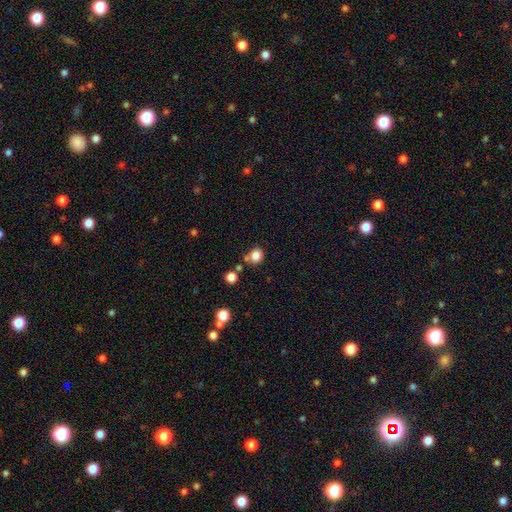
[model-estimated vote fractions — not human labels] smooth-or-featured: smooth: 83% | star or artifact: 12% | featured or disk: 5%
  how-rounded: round: 77% | in between: 22% | cigar-shaped: 1%
  merging: none: 68% | minor disturbance: 14% | merger: 14% | major disturbance: 5%